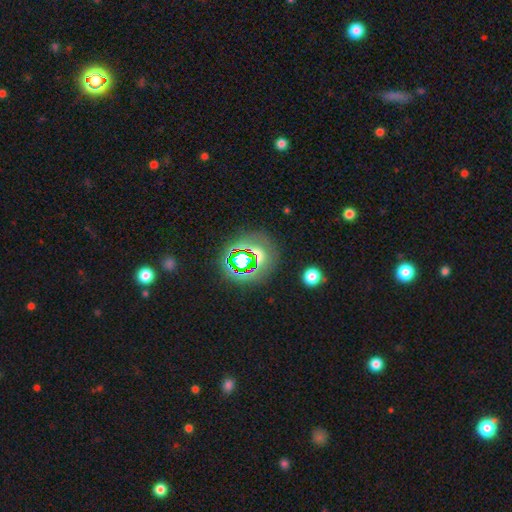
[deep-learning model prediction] Q: Smooth or featured?
A: star or artifact (57%); runner-up: smooth (28%)